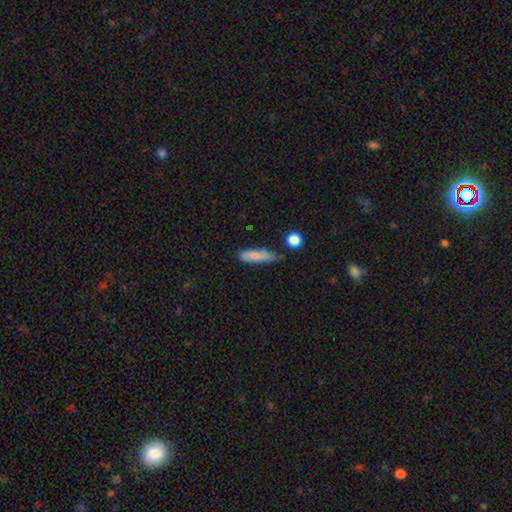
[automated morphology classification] Smooth or featured? Predicted: smooth (p=0.73). How rounded? Predicted: cigar-shaped (p=0.63). Merging? Predicted: none (p=0.61).